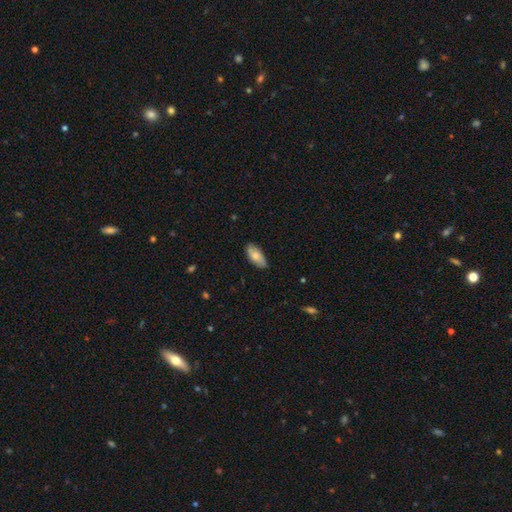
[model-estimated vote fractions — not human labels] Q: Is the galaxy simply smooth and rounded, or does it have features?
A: smooth — 75%.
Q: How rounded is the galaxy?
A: in between — 89%.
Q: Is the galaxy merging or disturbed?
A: none — 83%.